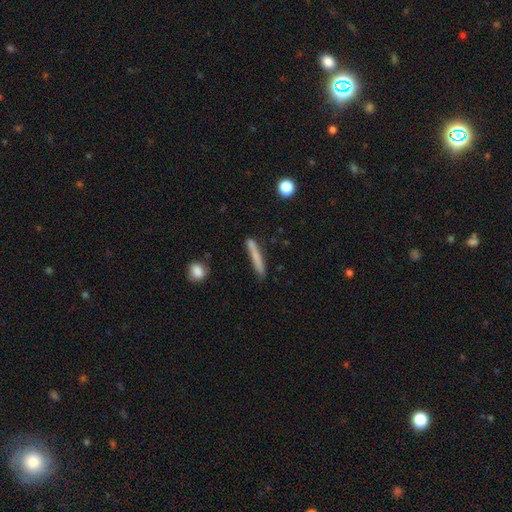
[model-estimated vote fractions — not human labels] A smooth galaxy with no disk features (71%) that is cigar-shaped (95%).

Vote fractions:
- Smooth or featured? smooth: 71% / featured or disk: 22% / star or artifact: 7%
- How rounded? cigar-shaped: 95% / in between: 3% / round: 2%
- Merging? none: 82% / minor disturbance: 12% / merger: 3% / major disturbance: 3%